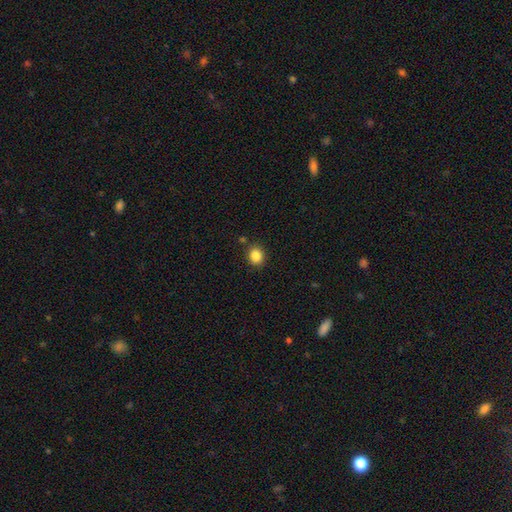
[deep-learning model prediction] smooth_or_featured: smooth (p=0.86) [alt: star or artifact p=0.10]
how_rounded: round (p=0.63) [alt: in between p=0.36]
merging: none (p=0.85) [alt: minor disturbance p=0.09]